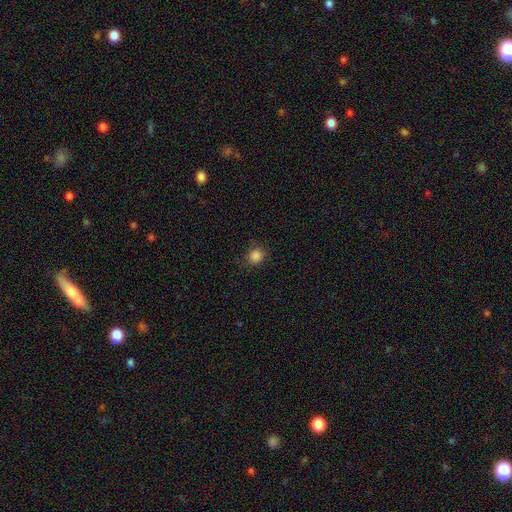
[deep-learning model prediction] The model was most divided on "how rounded": round: 81%, in between: 18%, cigar-shaped: 1%. More confident: smooth or featured — smooth (85%); merging — none (81%).